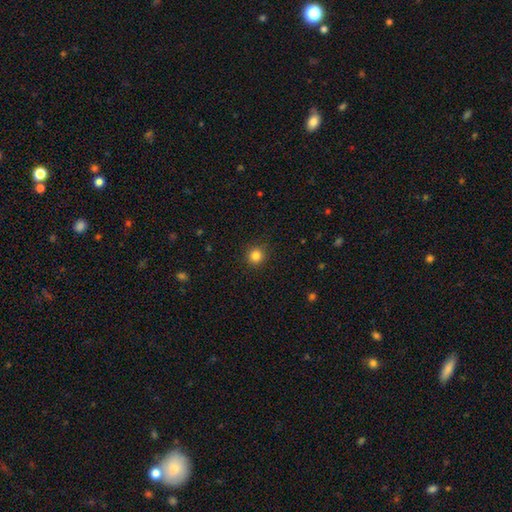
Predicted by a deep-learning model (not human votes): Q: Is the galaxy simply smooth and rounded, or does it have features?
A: smooth — 84%.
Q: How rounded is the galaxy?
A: round — 93%.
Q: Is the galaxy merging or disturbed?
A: none — 90%.